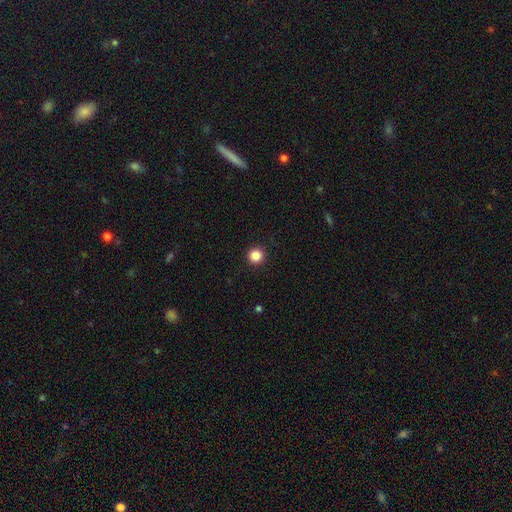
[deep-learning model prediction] Smooth or featured? smooth (85%)
How rounded? round (96%)
Merging? none (93%)